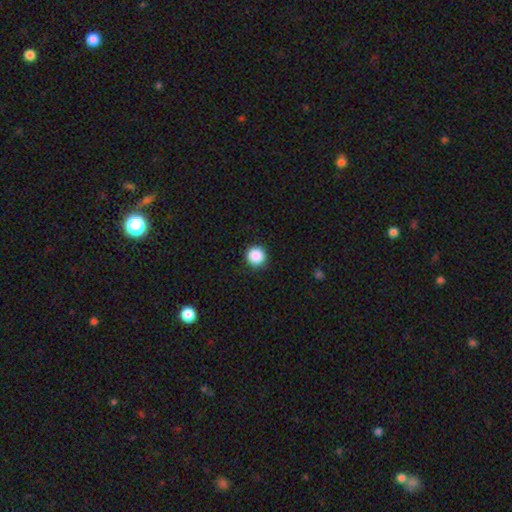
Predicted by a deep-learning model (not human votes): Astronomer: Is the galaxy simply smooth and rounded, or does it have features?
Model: smooth — 88%.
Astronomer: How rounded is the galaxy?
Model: round — 95%.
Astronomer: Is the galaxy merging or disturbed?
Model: none — 91%.